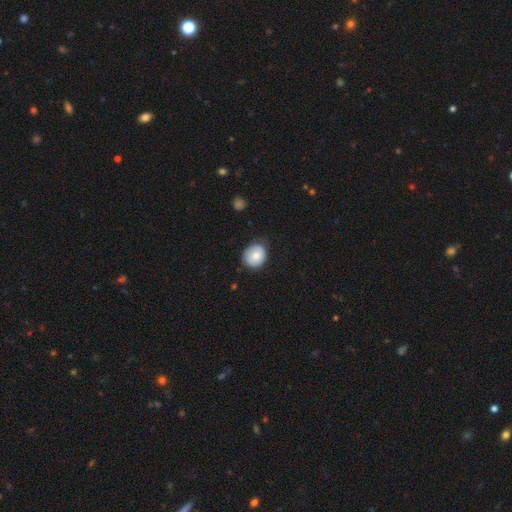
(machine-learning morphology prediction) type=smooth (76%); roundness=round (77%); merging=none (72%).